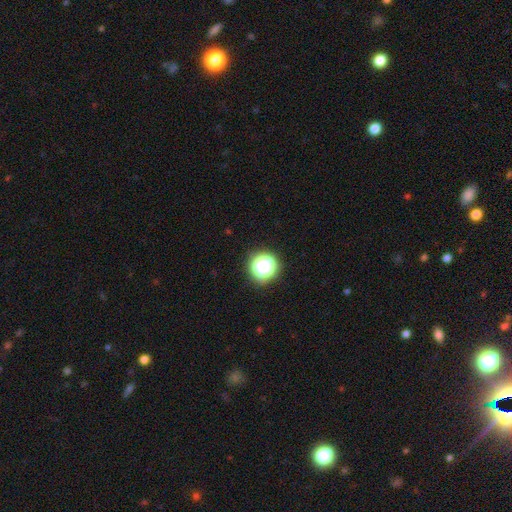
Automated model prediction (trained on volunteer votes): A star or artifact, not a galaxy (73%).